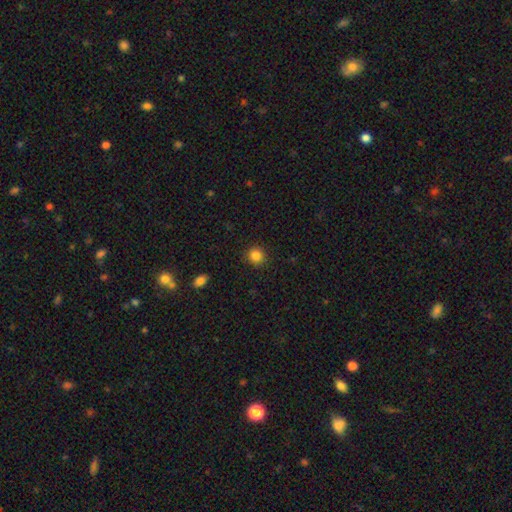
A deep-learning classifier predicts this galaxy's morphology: type=smooth (85%); roundness=round (90%); merging=none (91%).